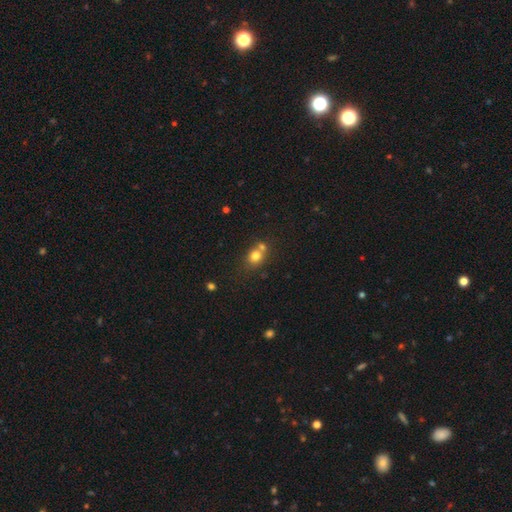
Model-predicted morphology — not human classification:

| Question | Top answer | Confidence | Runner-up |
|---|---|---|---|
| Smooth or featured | smooth | 75% | star or artifact (13%) |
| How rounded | round | 66% | in between (33%) |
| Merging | none | 49% | merger (37%) |